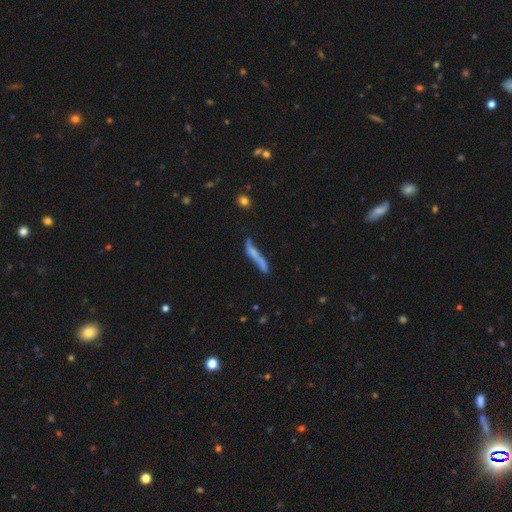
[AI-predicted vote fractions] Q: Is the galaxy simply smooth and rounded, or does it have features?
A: featured or disk — 50%.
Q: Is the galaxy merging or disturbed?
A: none — 54%.